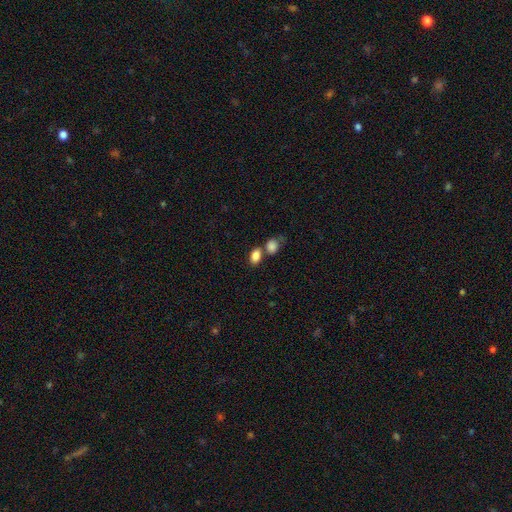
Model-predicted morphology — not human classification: Overall: smooth (86%). How rounded: in between (83%). Merging: none (48%; merger 37%).